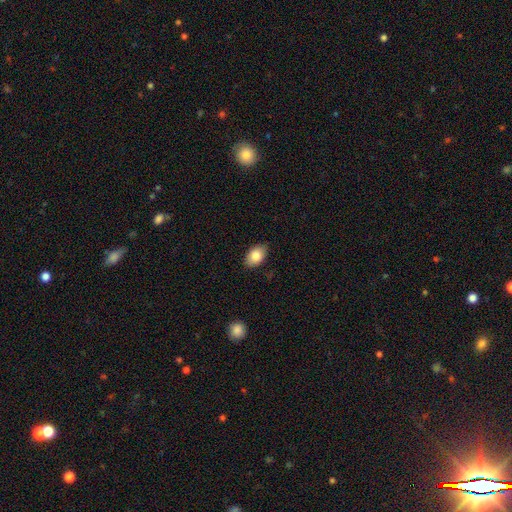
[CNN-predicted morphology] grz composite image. It shows a smooth galaxy with no disk features (83%) that is in between round and cigar-shaped (89%). Merging: none (84%).